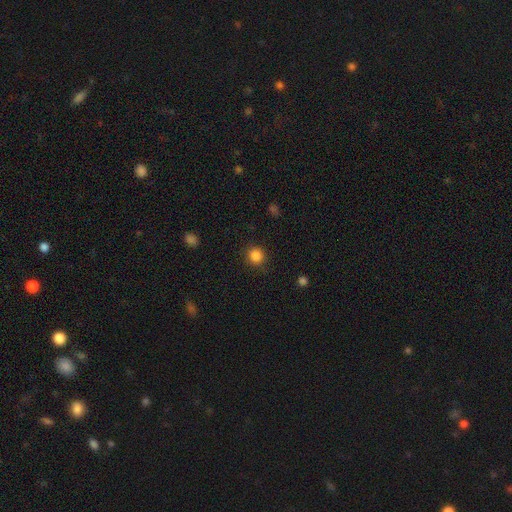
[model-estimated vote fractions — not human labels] Smooth or featured?
  - smooth: 85% *
  - star or artifact: 12%
  - featured or disk: 3%
How rounded?
  - round: 91% *
  - in between: 8%
  - cigar-shaped: 1%
Merging?
  - none: 87% *
  - minor disturbance: 9%
  - major disturbance: 3%
  - merger: 1%